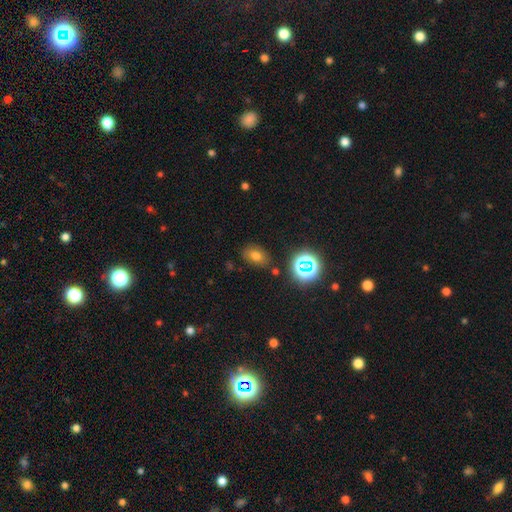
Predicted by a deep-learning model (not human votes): Smooth or featured? Predicted: smooth (p=0.66). How rounded? Predicted: in between (p=0.76). Merging? Predicted: none (p=0.78).